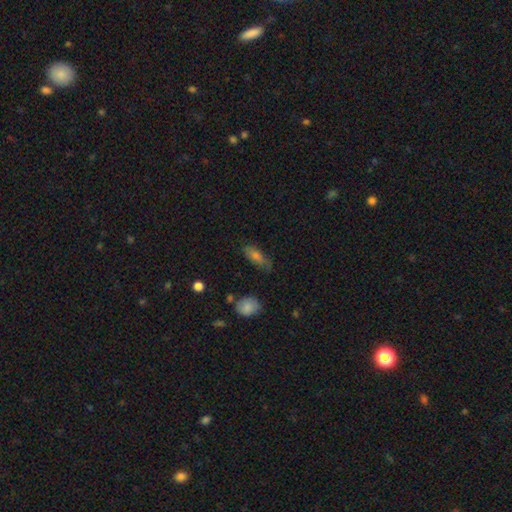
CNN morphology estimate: smooth-or-featured: smooth: 69% | featured or disk: 19% | star or artifact: 12%
  how-rounded: in between: 68% | cigar-shaped: 28% | round: 4%
  merging: none: 73% | minor disturbance: 20% | major disturbance: 5% | merger: 2%